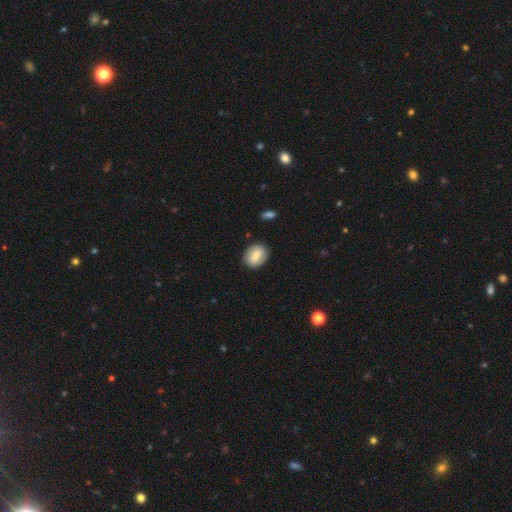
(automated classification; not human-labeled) Overall: smooth (73%). How rounded: round (50%; in between 49%). Merging: none (85%).